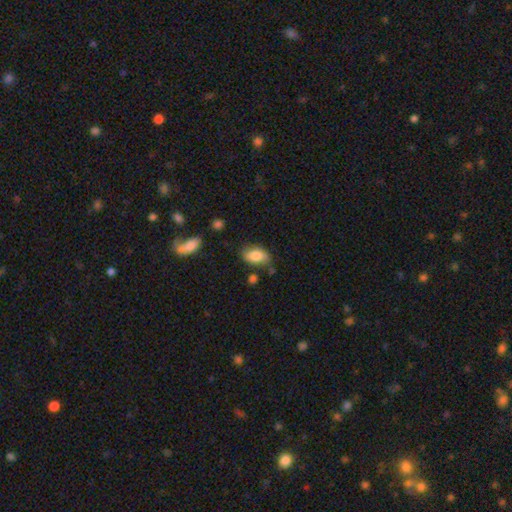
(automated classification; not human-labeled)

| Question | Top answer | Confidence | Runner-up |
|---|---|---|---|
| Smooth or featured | smooth | 80% | featured or disk (13%) |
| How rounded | in between | 91% | round (6%) |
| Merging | none | 65% | minor disturbance (24%) |